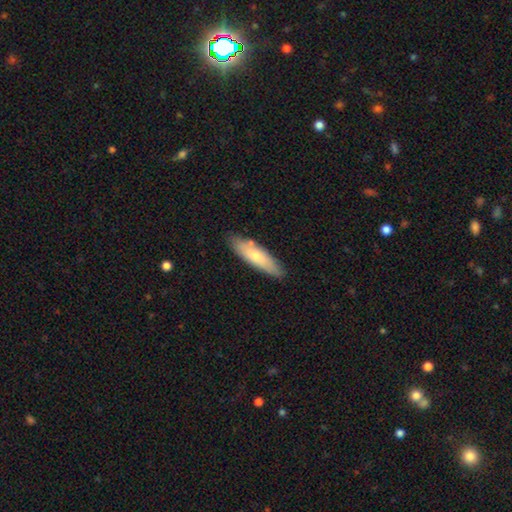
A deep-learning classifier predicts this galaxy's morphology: Smooth or featured: smooth — 68% (featured or disk — 26%)
How rounded: cigar-shaped — 57% (in between — 41%)
Merging: none — 82% (minor disturbance — 13%)